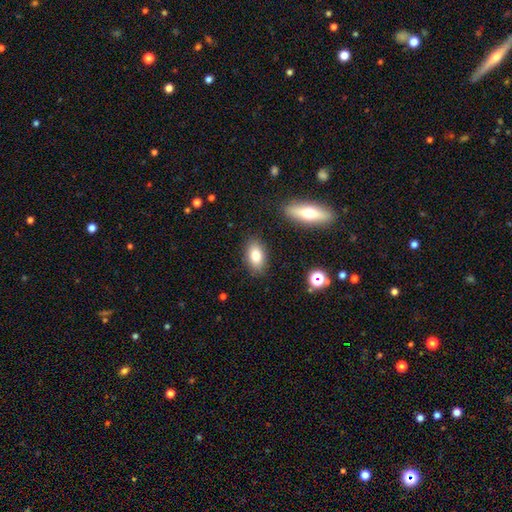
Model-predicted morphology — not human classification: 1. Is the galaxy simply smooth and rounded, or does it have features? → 80% smooth, 11% featured or disk, 9% star or artifact.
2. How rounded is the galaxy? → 89% in between, 7% round, 4% cigar-shaped.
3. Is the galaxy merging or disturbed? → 85% none, 10% minor disturbance, 3% major disturbance, 2% merger.